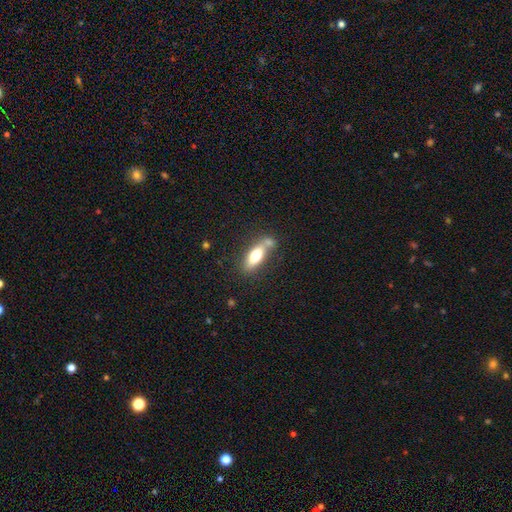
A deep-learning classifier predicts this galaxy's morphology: A smooth galaxy with no disk features (66%) that is in between round and cigar-shaped (63%).

Vote fractions:
- Smooth or featured? smooth: 66% / featured or disk: 27% / star or artifact: 7%
- How rounded? in between: 63% / cigar-shaped: 34% / round: 3%
- Merging? none: 56% / merger: 22% / minor disturbance: 16% / major disturbance: 6%